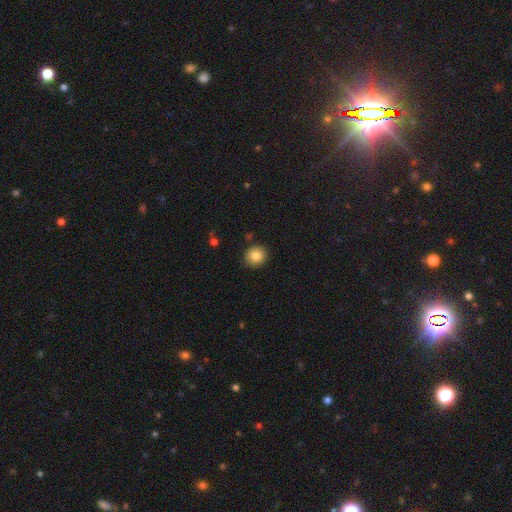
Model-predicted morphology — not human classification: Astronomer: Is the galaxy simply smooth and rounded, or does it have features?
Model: smooth — 84%.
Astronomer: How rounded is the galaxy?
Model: round — 85%.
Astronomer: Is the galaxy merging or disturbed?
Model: none — 89%.